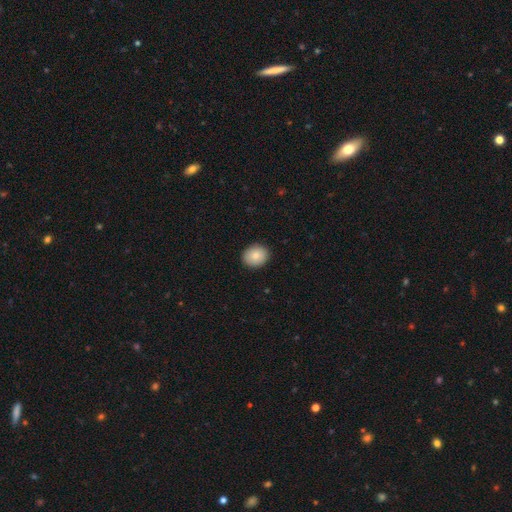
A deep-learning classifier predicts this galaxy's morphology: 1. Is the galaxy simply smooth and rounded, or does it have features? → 83% smooth, 9% featured or disk, 8% star or artifact.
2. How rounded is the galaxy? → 63% round, 36% in between, 1% cigar-shaped.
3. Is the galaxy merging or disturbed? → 90% none, 7% minor disturbance, 2% major disturbance, 1% merger.